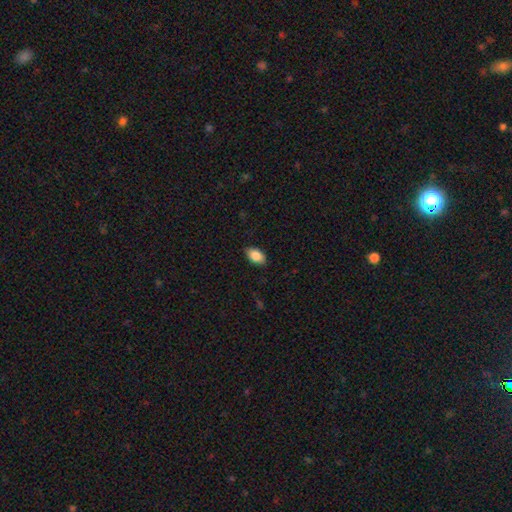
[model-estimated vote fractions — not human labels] Smooth or featured? Predicted: smooth (p=0.86). How rounded? Predicted: in between (p=0.91). Merging? Predicted: none (p=0.86).